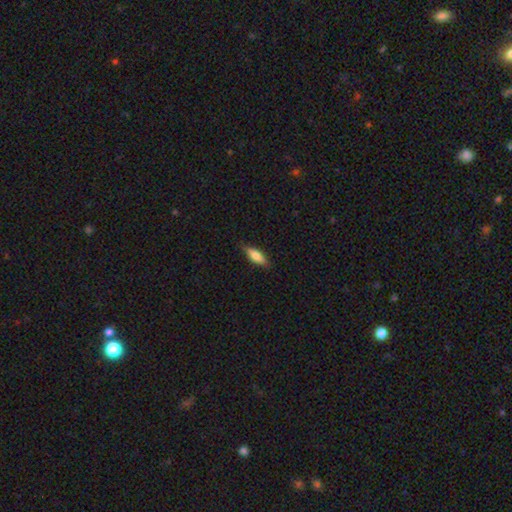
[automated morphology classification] Smooth or featured? Predicted: smooth (p=0.69). How rounded? Predicted: in between (p=0.53). Merging? Predicted: none (p=0.83).